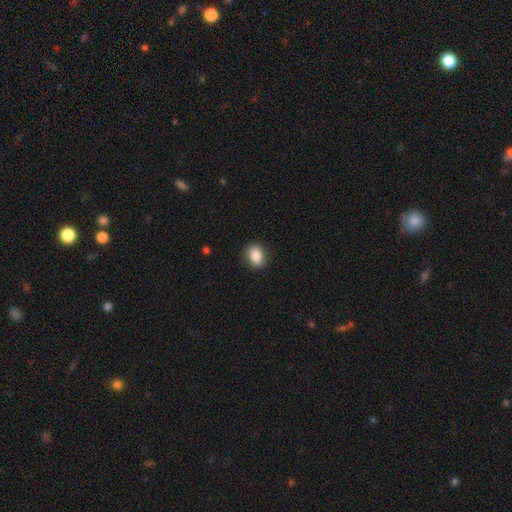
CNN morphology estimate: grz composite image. It shows a smooth galaxy with no disk features (87%) that is in between round and cigar-shaped (70%). Merging: none (85%).